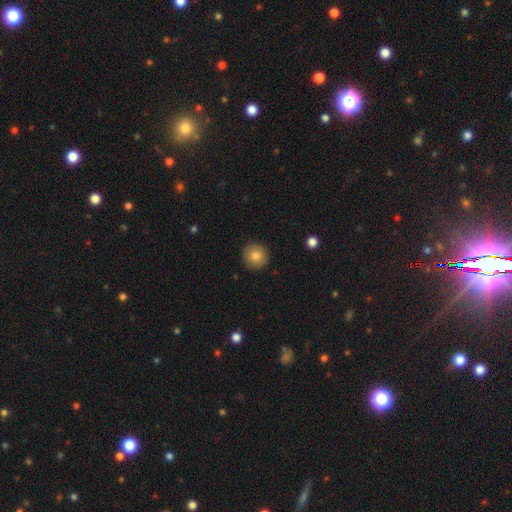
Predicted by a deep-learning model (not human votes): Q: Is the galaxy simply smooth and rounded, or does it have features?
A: smooth — 83%.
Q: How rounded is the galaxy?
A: round — 95%.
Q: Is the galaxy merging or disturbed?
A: none — 91%.